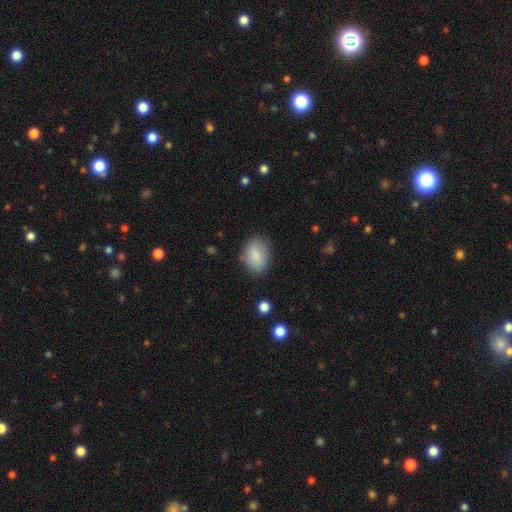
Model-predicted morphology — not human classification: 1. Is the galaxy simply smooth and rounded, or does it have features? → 85% smooth, 8% featured or disk, 7% star or artifact.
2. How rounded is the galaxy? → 78% in between, 21% round, 1% cigar-shaped.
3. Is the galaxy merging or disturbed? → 80% none, 14% minor disturbance, 4% major disturbance, 2% merger.